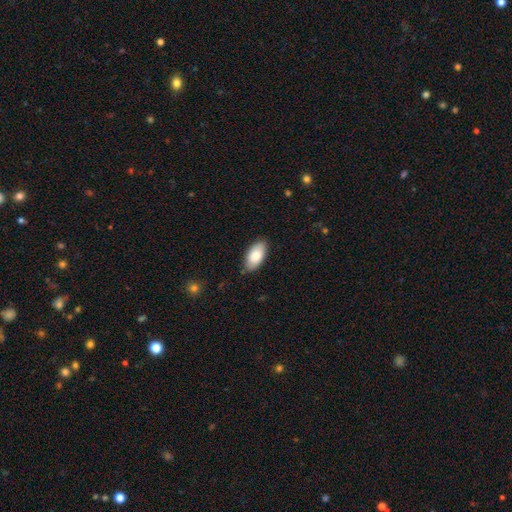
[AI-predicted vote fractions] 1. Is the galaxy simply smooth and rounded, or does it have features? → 83% smooth, 11% featured or disk, 6% star or artifact.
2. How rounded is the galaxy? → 94% in between, 3% cigar-shaped, 2% round.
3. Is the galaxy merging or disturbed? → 83% none, 13% minor disturbance, 2% major disturbance, 1% merger.